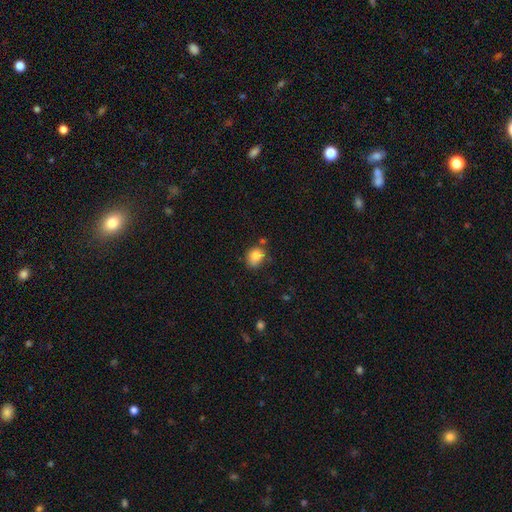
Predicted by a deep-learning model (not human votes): Smooth or featured?
  - smooth: 82% *
  - star or artifact: 10%
  - featured or disk: 9%
How rounded?
  - round: 62% *
  - in between: 37%
  - cigar-shaped: 1%
Merging?
  - none: 66% *
  - minor disturbance: 21%
  - merger: 8%
  - major disturbance: 5%